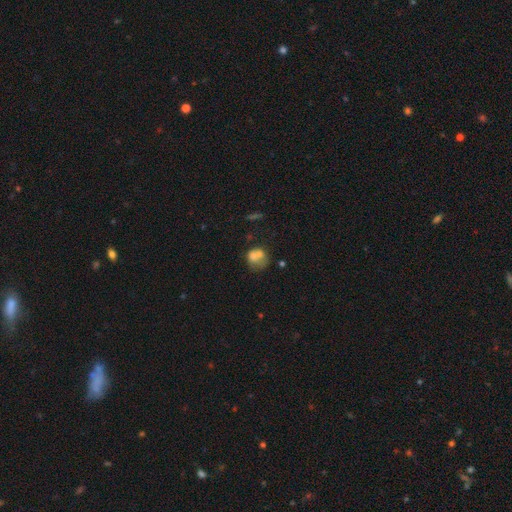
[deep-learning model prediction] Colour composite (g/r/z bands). It shows a smooth galaxy with no disk features (66%) that is round (60%). Merging: merger (34%).